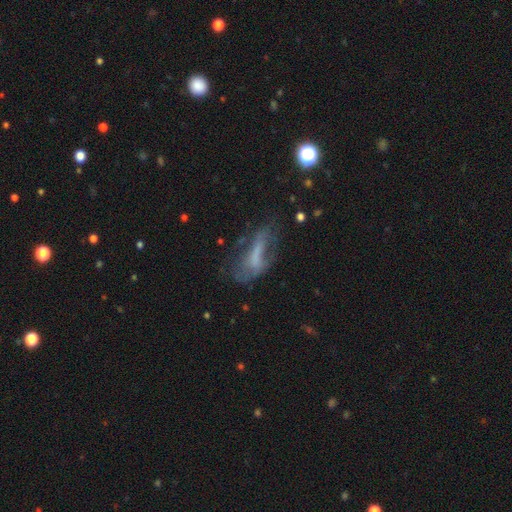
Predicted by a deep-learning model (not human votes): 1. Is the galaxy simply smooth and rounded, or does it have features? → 44% featured or disk, 41% smooth, 15% star or artifact.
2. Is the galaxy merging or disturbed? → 37% none, 34% major disturbance, 24% minor disturbance, 6% merger.